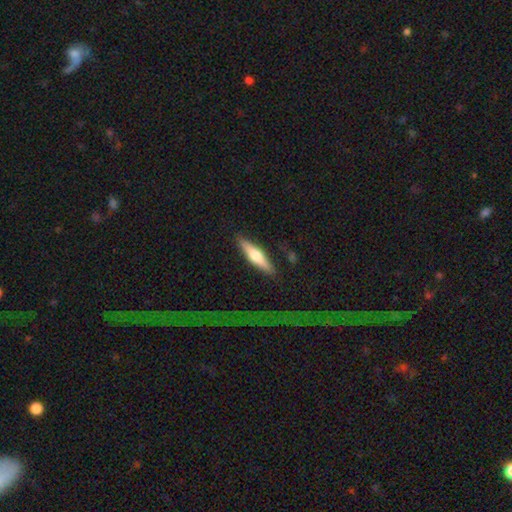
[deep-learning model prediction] Smooth or featured? smooth (50%)
Merging? none (83%)